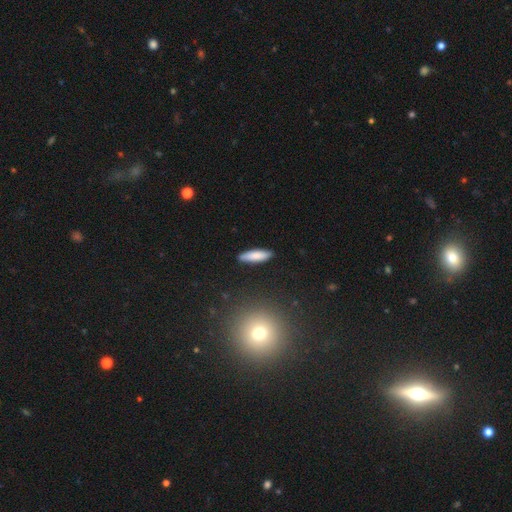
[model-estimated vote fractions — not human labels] Smooth or featured: smooth — 82% (featured or disk — 12%)
How rounded: cigar-shaped — 68% (in between — 30%)
Merging: none — 87% (minor disturbance — 9%)